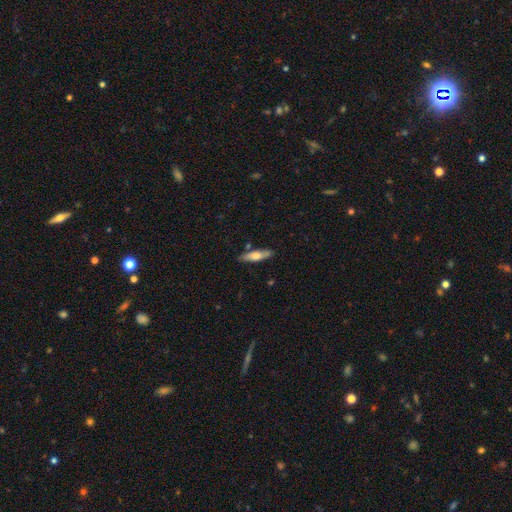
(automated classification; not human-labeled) smooth 60%, featured or disk 34%, star or artifact 6%. Down the decision tree: how rounded — cigar-shaped (65%); merging — none (83%).